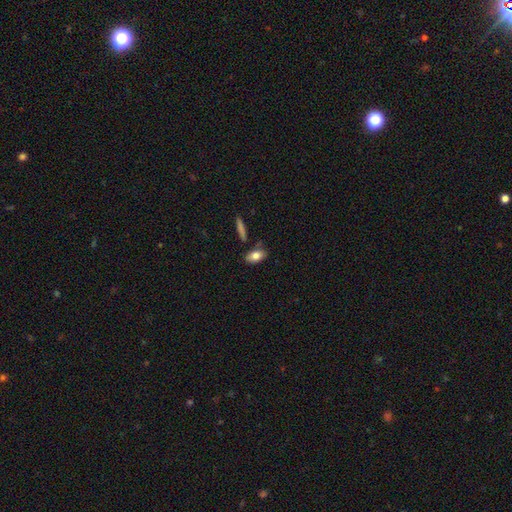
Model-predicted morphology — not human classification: Smooth or featured? smooth (80%)
How rounded? in between (88%)
Merging? none (75%)